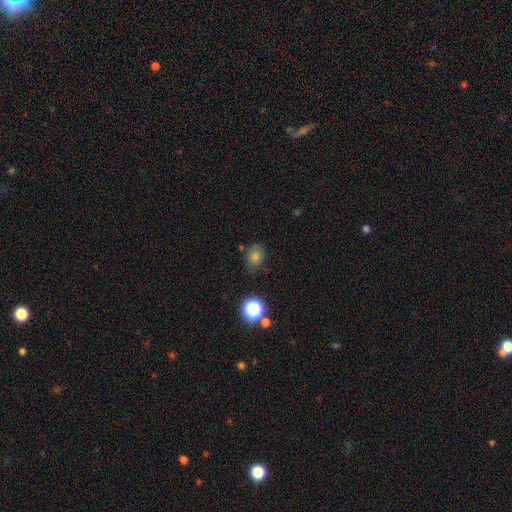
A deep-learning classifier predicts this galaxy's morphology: This appears to be a smooth galaxy with no disk features (73%) that is in between round and cigar-shaped (50%). Merging: none (77%).